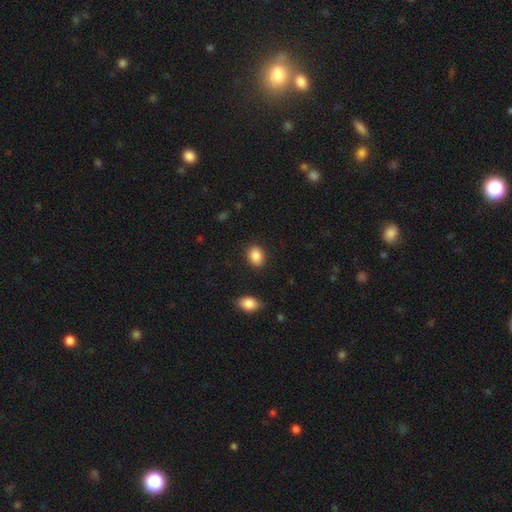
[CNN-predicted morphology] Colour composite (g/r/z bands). It shows a smooth galaxy with no disk features (88%) that is in between round and cigar-shaped (63%). Merging: none (88%).